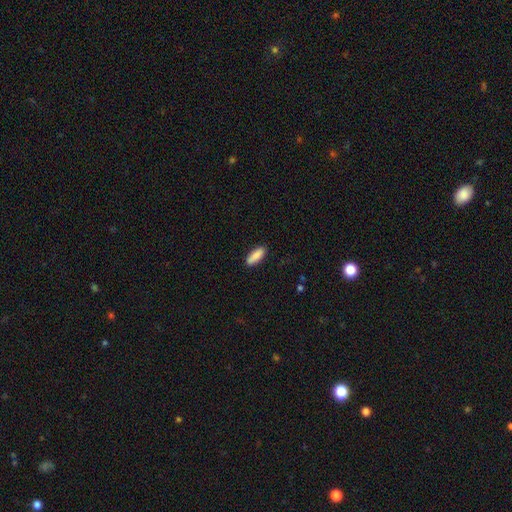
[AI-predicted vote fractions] smooth 89%, star or artifact 6%, featured or disk 5%. Down the decision tree: how rounded — in between (59%); merging — none (87%).